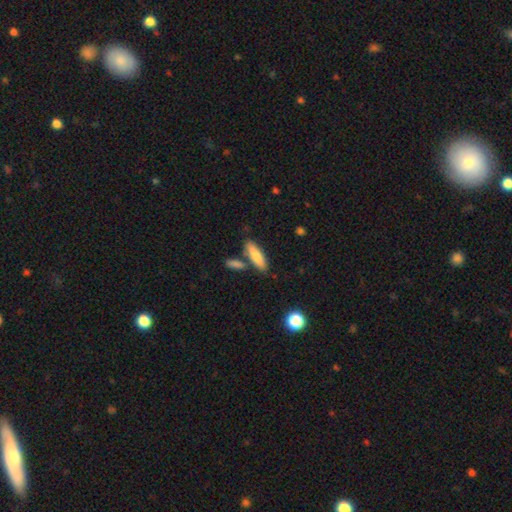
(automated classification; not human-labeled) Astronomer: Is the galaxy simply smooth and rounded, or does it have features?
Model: smooth — 76%.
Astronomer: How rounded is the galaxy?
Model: cigar-shaped — 55% (runner-up: in between, 43%).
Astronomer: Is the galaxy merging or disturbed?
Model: none — 73%.